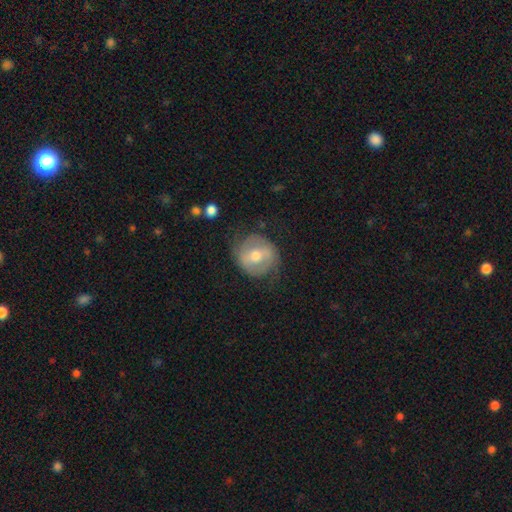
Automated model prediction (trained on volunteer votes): Smooth or featured? featured or disk (52%)
Edge-on disk? no (96%)
Bar? weak (44%)
Spiral arms? yes (55%)
Bulge size? moderate (72%)
Merging? none (70%)